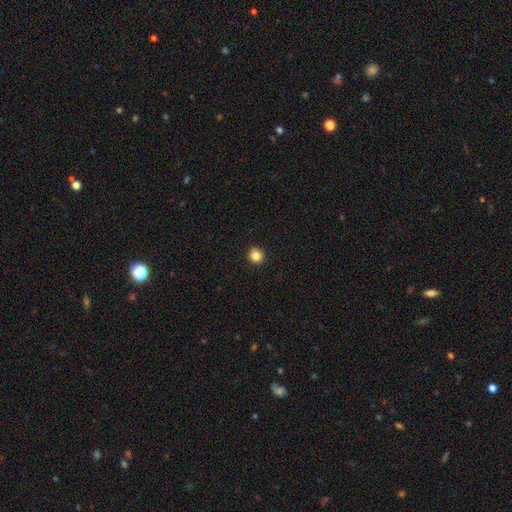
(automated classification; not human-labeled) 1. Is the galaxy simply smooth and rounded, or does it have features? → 85% smooth, 11% star or artifact, 4% featured or disk.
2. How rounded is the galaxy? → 93% round, 6% in between, 1% cigar-shaped.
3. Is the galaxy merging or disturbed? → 91% none, 6% minor disturbance, 2% major disturbance, 1% merger.